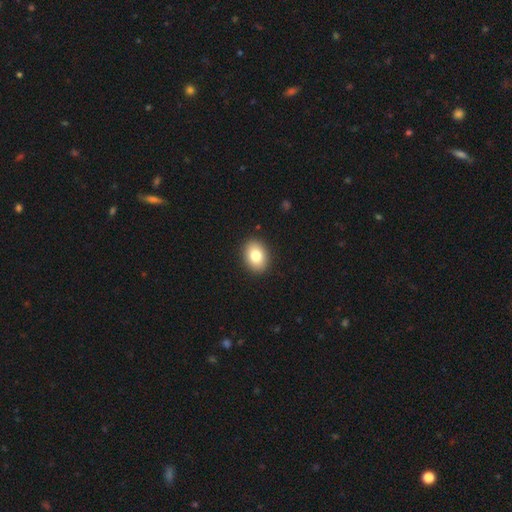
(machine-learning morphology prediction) Overall: smooth (81%). How rounded: in between (71%). Merging: none (91%).